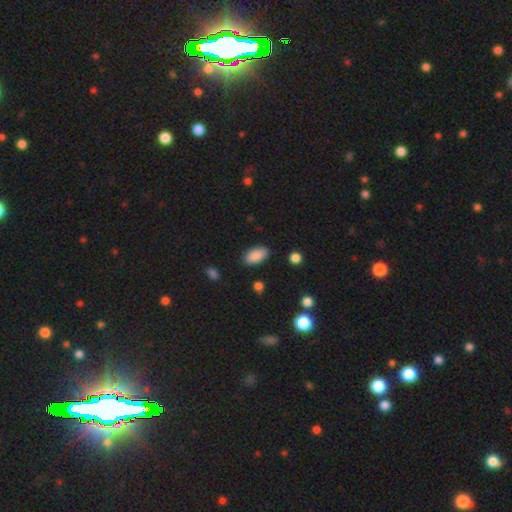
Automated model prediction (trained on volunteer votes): Q: Smooth or featured?
A: smooth (88%); runner-up: star or artifact (7%)
Q: How rounded?
A: in between (93%); runner-up: cigar-shaped (4%)
Q: Merging?
A: none (86%); runner-up: minor disturbance (10%)